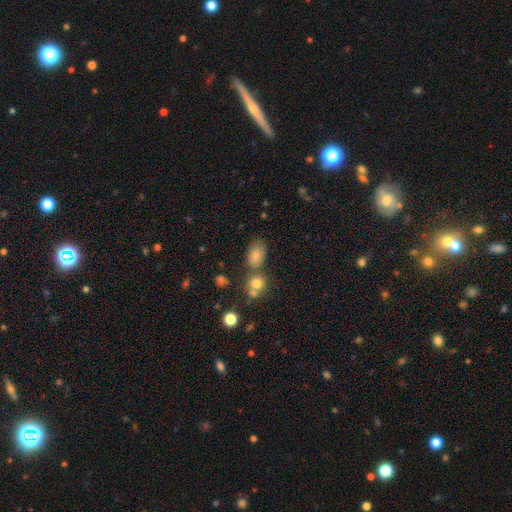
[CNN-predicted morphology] type=smooth (79%); roundness=in between (85%); merging=none (59%).